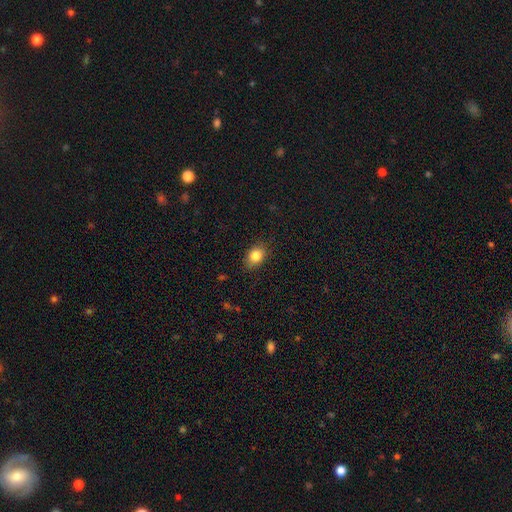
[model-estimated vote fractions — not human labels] Smooth or featured? smooth (84%)
How rounded? in between (72%)
Merging? none (84%)